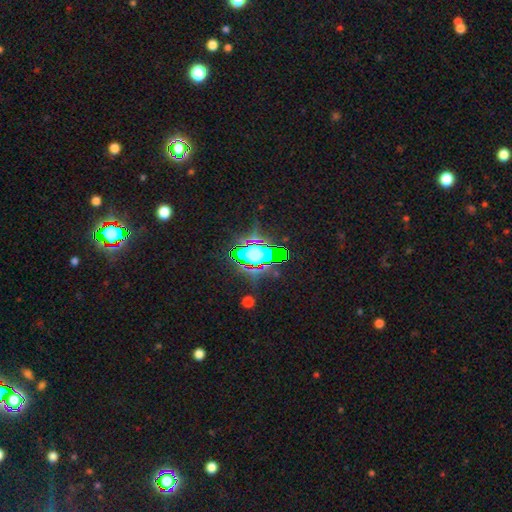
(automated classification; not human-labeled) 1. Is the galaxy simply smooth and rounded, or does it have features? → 57% star or artifact, 27% smooth, 17% featured or disk.